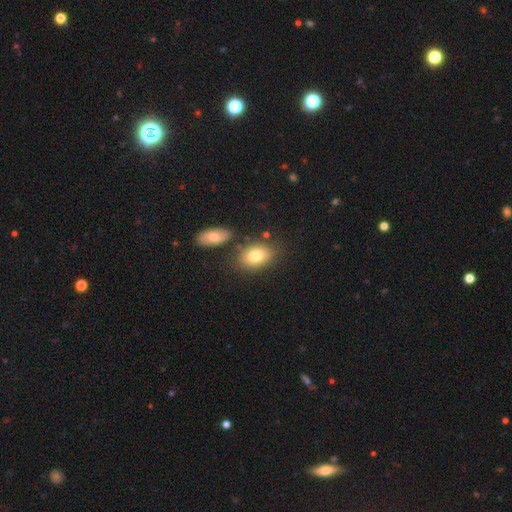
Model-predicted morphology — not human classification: Smooth or featured? Predicted: smooth (p=0.78). How rounded? Predicted: in between (p=0.81). Merging? Predicted: none (p=0.72).